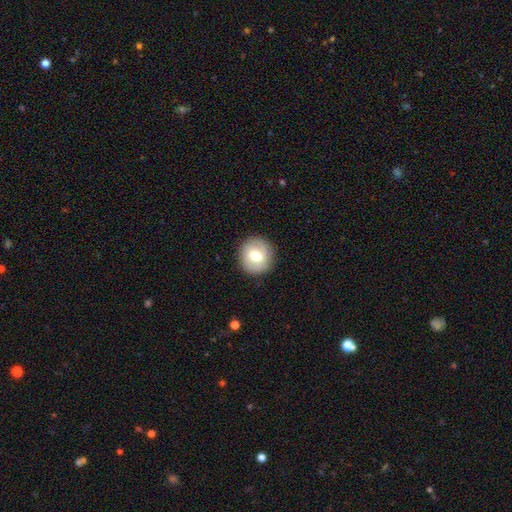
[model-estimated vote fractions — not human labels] Morphology: type=smooth (71%); roundness=round (91%); merging=none (90%).